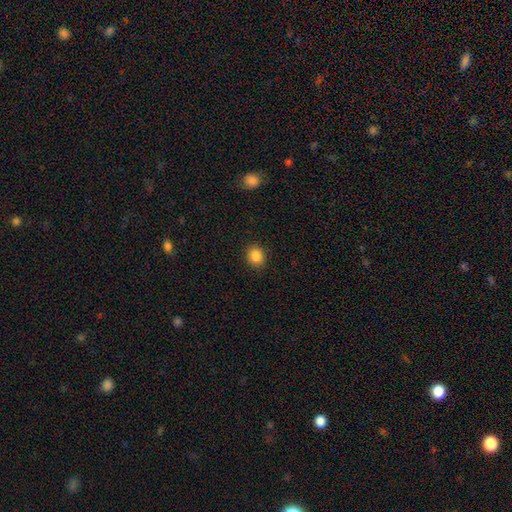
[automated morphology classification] Overall: smooth (87%). How rounded: round (70%). Merging: none (90%).